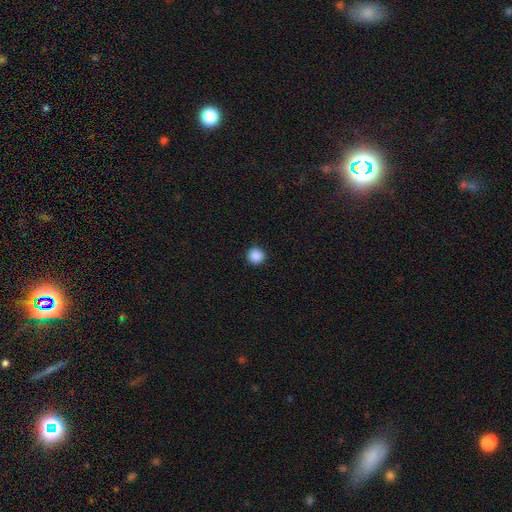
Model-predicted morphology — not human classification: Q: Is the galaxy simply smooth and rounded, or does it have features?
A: smooth — 88%.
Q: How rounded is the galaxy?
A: round — 96%.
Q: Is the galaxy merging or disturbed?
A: none — 92%.